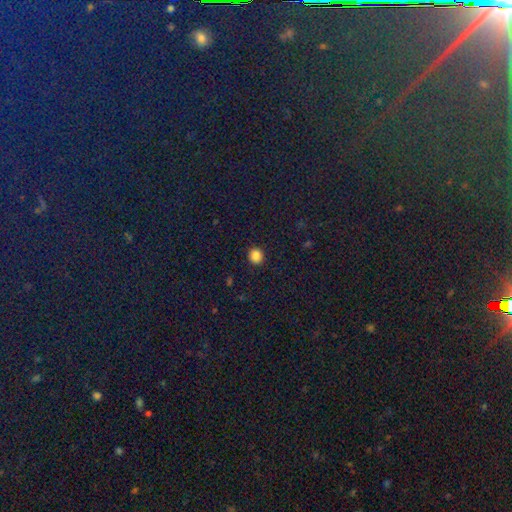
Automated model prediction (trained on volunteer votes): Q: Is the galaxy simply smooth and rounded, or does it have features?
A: smooth — 86%.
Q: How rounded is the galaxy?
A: round — 86%.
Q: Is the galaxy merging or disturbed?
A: none — 91%.